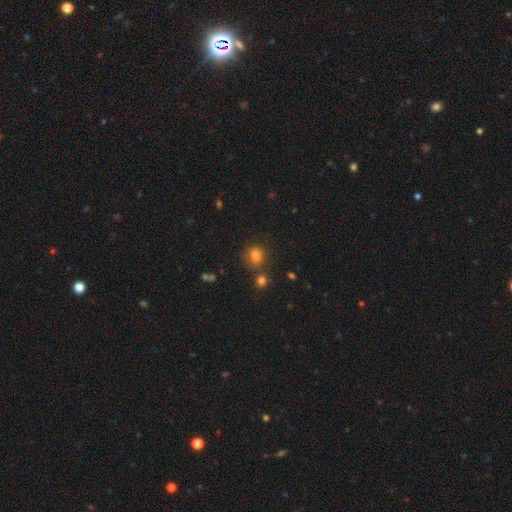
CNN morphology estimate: Q: Smooth or featured?
A: smooth (76%); runner-up: star or artifact (16%)
Q: How rounded?
A: round (75%); runner-up: in between (23%)
Q: Merging?
A: none (73%); runner-up: minor disturbance (12%)